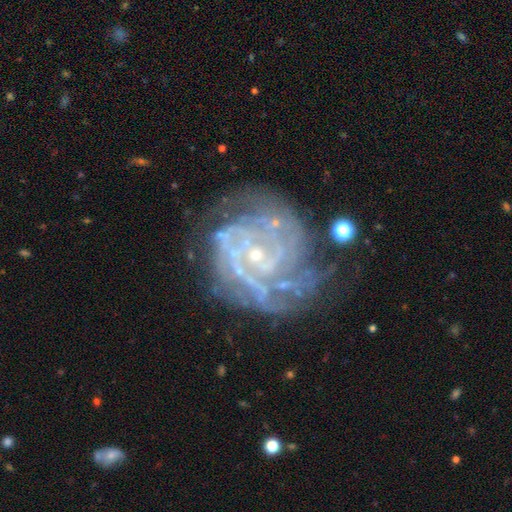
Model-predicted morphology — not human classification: Smooth or featured?
  - featured or disk: 87% *
  - star or artifact: 7%
  - smooth: 6%
Edge-on disk?
  - no: 98% *
  - yes: 2%
Bar?
  - no: 68% *
  - weak: 24%
  - strong: 8%
Spiral arms?
  - yes: 94% *
  - no: 6%
Spiral winding?
  - tight: 70% *
  - medium: 25%
  - loose: 5%
Spiral arm count?
  - can't tell: 31% *
  - 3: 18%
  - 2: 17%
  - 4: 16%
  - more than 4: 10%
  - 1: 7%
Bulge size?
  - small: 84% *
  - moderate: 10%
  - none: 3%
  - large: 1%
  - dominant: 1%
Merging?
  - none: 61% *
  - minor disturbance: 21%
  - major disturbance: 14%
  - merger: 3%